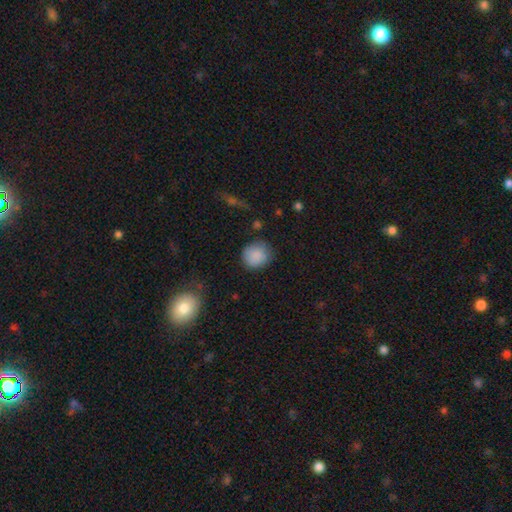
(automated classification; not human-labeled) smooth_or_featured: smooth (p=0.87) [alt: star or artifact p=0.08]
how_rounded: round (p=0.82) [alt: in between p=0.17]
merging: none (p=0.76) [alt: minor disturbance p=0.17]